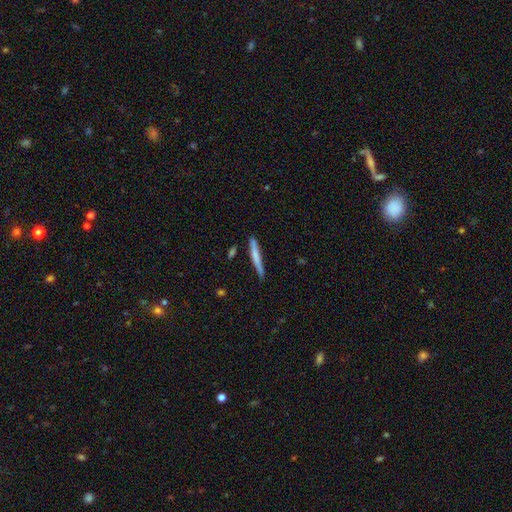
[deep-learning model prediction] This appears to be a smooth galaxy with no disk features (64%) that is cigar-shaped (96%). Merging: none (82%).